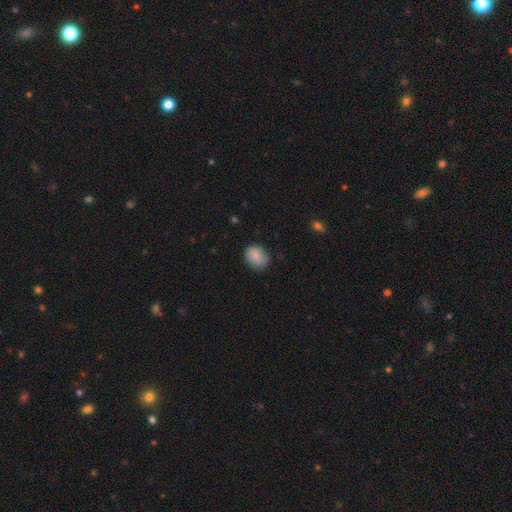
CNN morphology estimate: The model was most divided on "how rounded": in between: 51%, round: 48%, cigar-shaped: 1%. More confident: smooth or featured — smooth (86%); merging — none (74%).